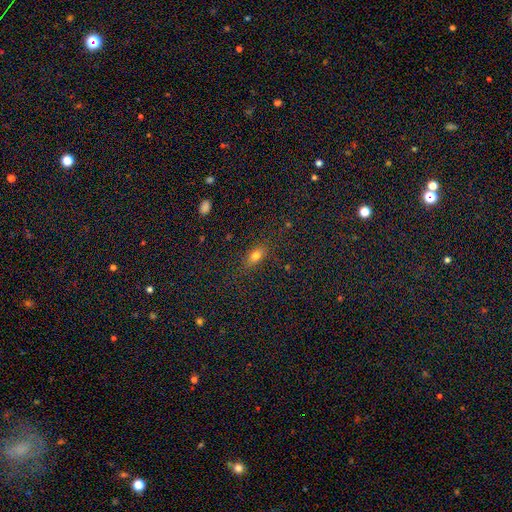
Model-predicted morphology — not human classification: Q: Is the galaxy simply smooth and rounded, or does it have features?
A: smooth — 74%.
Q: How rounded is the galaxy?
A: in between — 79%.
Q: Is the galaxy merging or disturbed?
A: none — 82%.